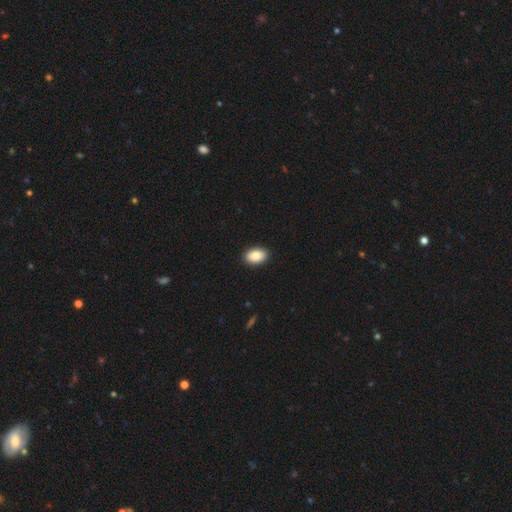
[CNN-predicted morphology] A smooth galaxy with no disk features (87%) that is in between round and cigar-shaped (89%). Merging: none (91%).